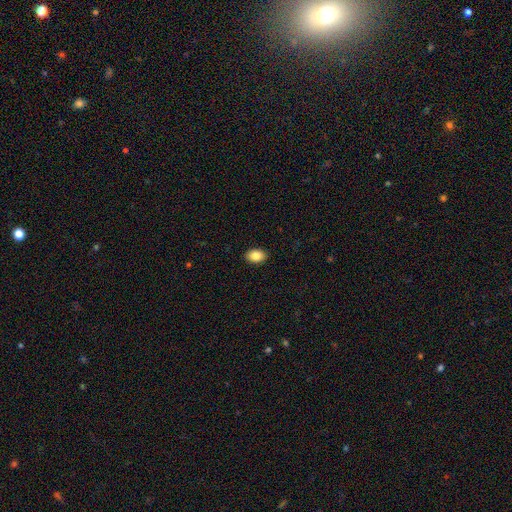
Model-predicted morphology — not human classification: The model was most divided on "how rounded": in between: 83%, round: 16%, cigar-shaped: 1%. More confident: merging — none (90%); smooth or featured — smooth (86%).